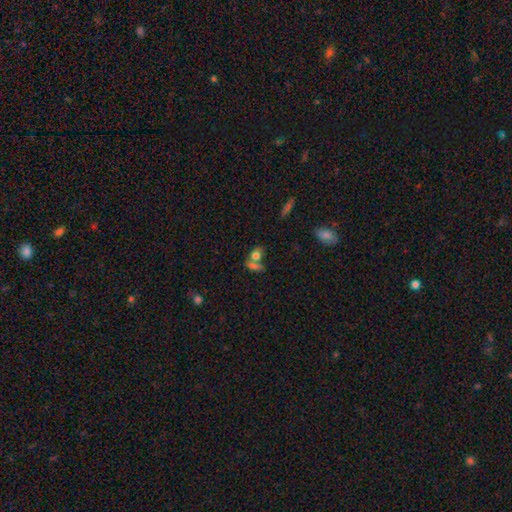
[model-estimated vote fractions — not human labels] Morphology: type=smooth (74%); roundness=in between (67%); merging=merger (49%).